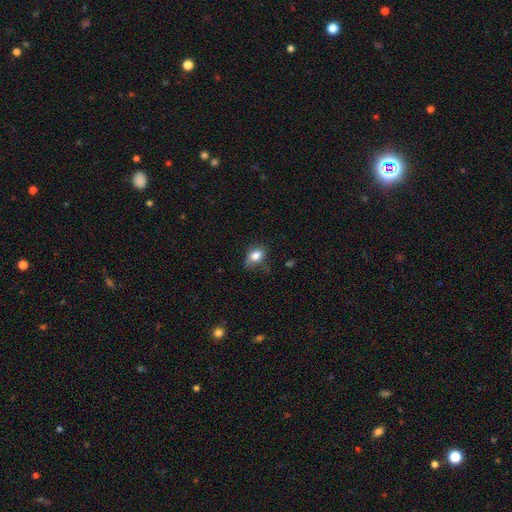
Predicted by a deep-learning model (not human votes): This is likely a smooth galaxy (80%). How rounded: likely in between (73%). Merging: possibly none (57%).